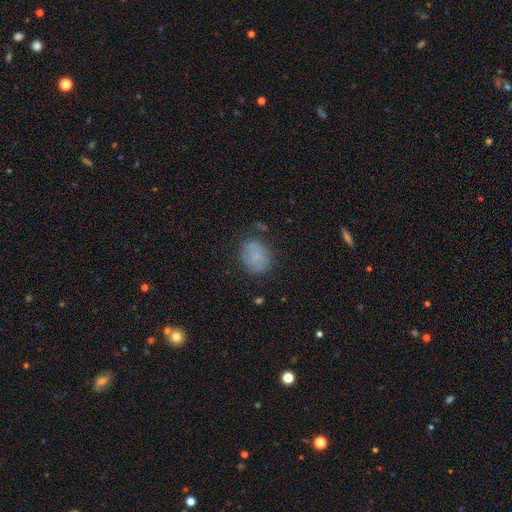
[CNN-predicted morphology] This is likely a smooth galaxy (74%). How rounded: possibly in between (52%). Merging: likely none (69%).